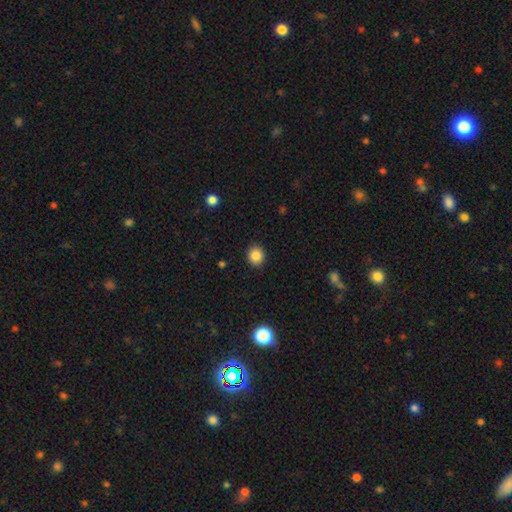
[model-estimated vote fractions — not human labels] smooth_or_featured: smooth (p=0.85) [alt: star or artifact p=0.10]
how_rounded: round (p=0.78) [alt: in between p=0.21]
merging: none (p=0.91) [alt: minor disturbance p=0.06]